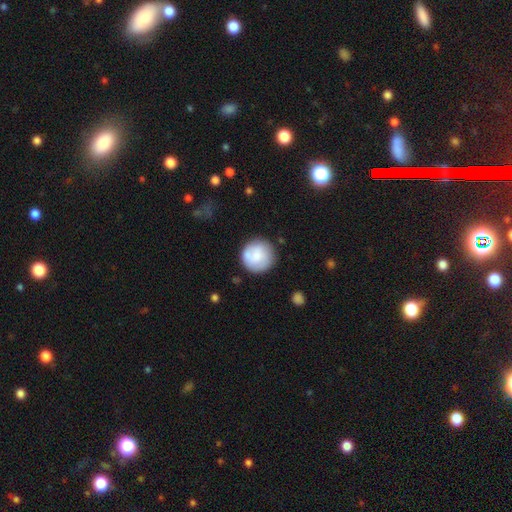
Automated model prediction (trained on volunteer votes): Morphology: type=smooth (73%); roundness=round (94%); merging=none (79%).